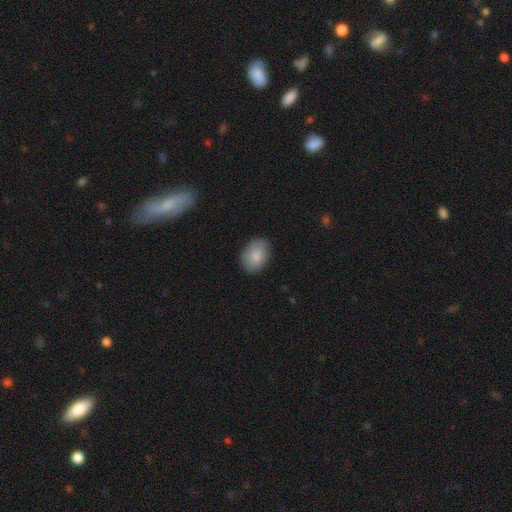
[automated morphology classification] Q: Smooth or featured?
A: smooth (86%); runner-up: featured or disk (7%)
Q: How rounded?
A: in between (79%); runner-up: round (20%)
Q: Merging?
A: none (84%); runner-up: minor disturbance (12%)